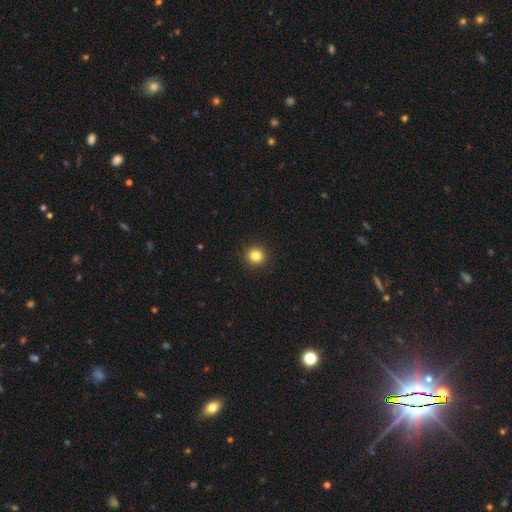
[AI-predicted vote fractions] A smooth galaxy with no disk features (84%) that is round (93%). Merging: none (93%).